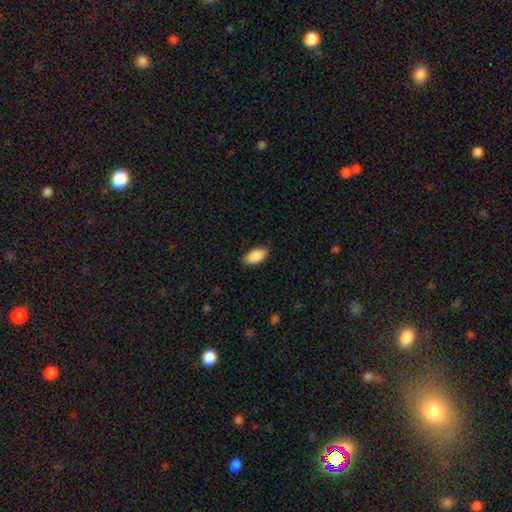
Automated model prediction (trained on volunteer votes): A smooth galaxy with no disk features (88%) that is in between round and cigar-shaped (92%). Merging: none (84%).